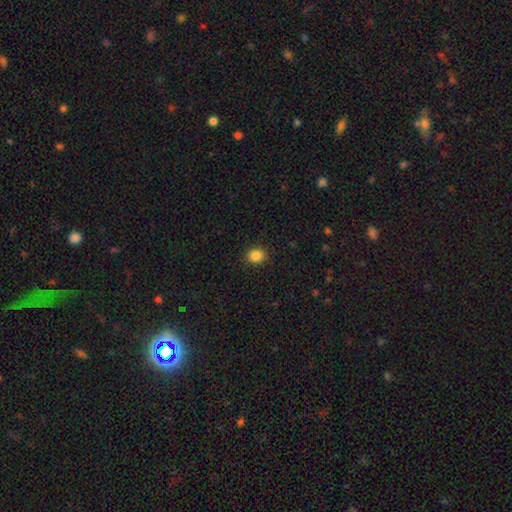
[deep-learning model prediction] Morphology: type=smooth (85%); roundness=round (63%); merging=none (90%).